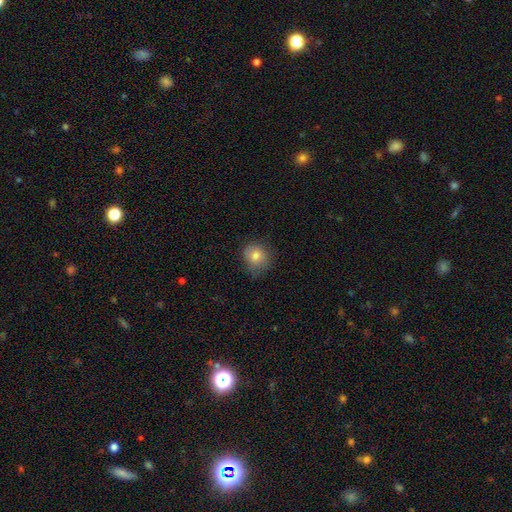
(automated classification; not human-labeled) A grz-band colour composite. It shows a smooth galaxy with no disk features (78%) that is round (75%). Merging: none (66%).